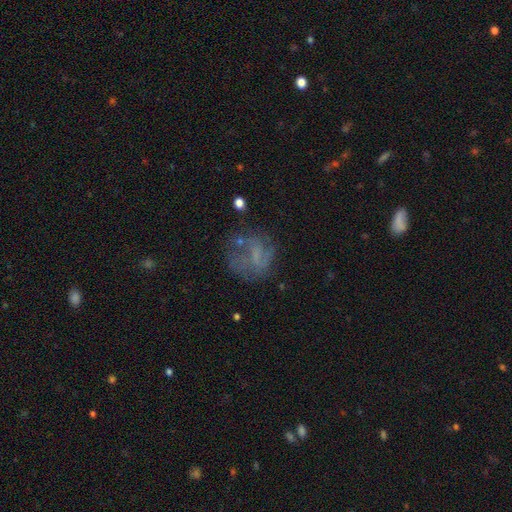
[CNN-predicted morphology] featured or disk 47%, smooth 36%, star or artifact 17%. Down the decision tree: merging — none (48%).